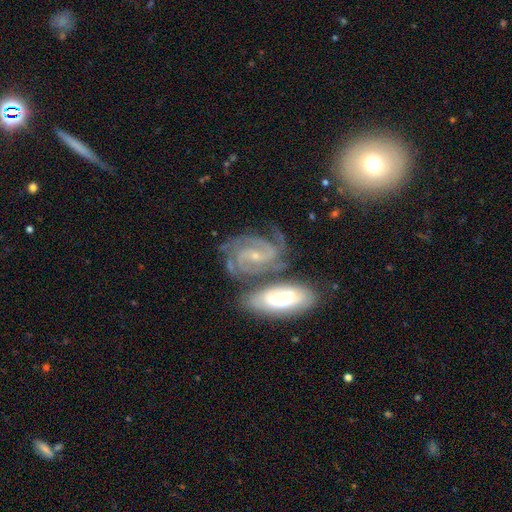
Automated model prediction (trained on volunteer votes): Smooth or featured? featured or disk (86%)
Edge-on disk? no (96%)
Bar? no (46%)
Spiral arms? yes (97%)
Spiral winding? tight (61%)
Spiral arm count? 3 (29%)
Bulge size? small (72%)
Merging? none (53%)